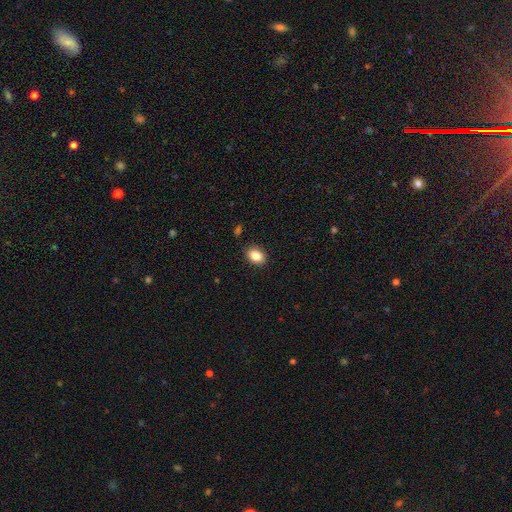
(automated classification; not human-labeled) Overall: smooth (86%). How rounded: in between (73%). Merging: none (89%).